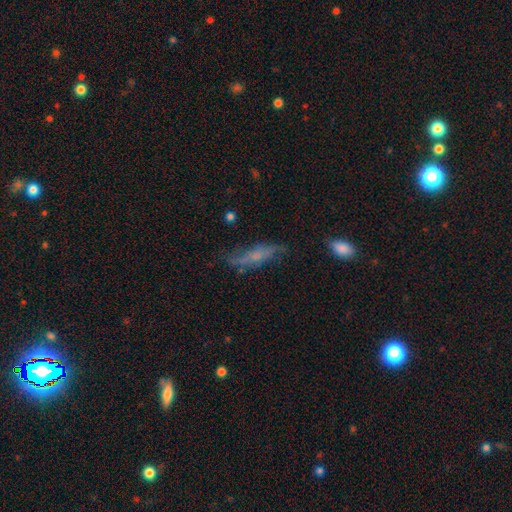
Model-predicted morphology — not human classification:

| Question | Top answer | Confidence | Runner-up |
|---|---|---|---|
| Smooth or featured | featured or disk | 49% | smooth (39%) |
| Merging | none | 56% | minor disturbance (26%) |